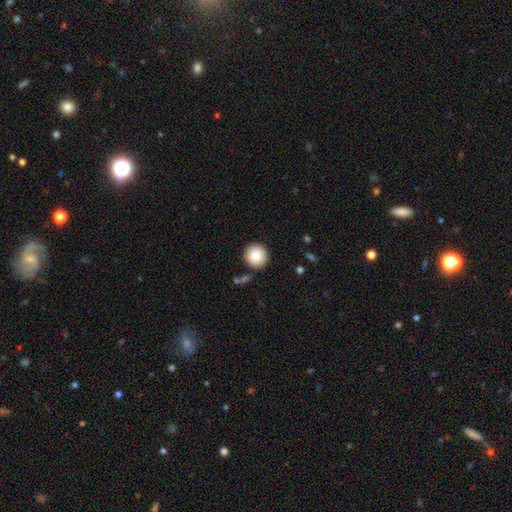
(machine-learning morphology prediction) Q: Smooth or featured?
A: smooth (85%); runner-up: star or artifact (8%)
Q: How rounded?
A: round (94%); runner-up: in between (5%)
Q: Merging?
A: none (86%); runner-up: minor disturbance (8%)